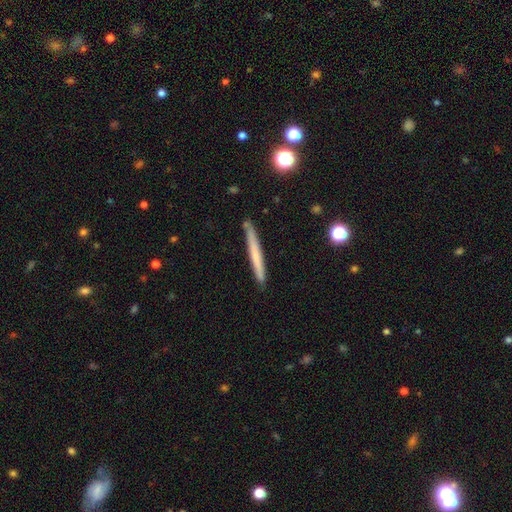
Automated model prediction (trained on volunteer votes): Smooth or featured? Predicted: smooth (p=0.60). How rounded? Predicted: cigar-shaped (p=0.97). Merging? Predicted: none (p=0.88).